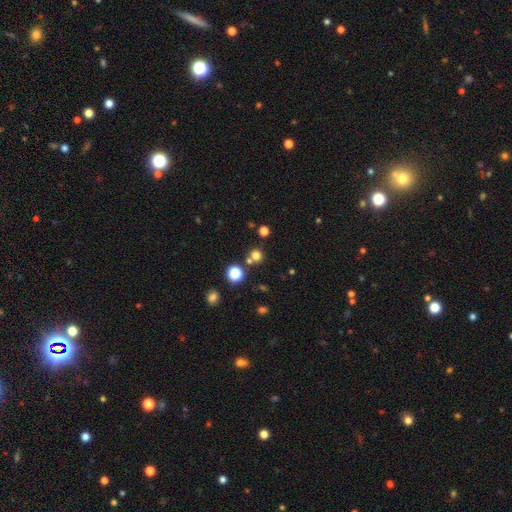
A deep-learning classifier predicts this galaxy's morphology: smooth_or_featured: smooth (p=0.71) [alt: star or artifact p=0.23]
how_rounded: round (p=0.92) [alt: in between p=0.07]
merging: none (p=0.74) [alt: merger p=0.17]